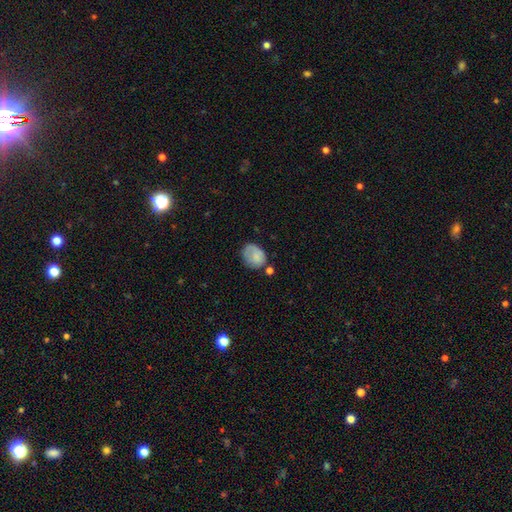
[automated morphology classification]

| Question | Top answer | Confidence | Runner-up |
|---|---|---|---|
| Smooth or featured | smooth | 77% | featured or disk (15%) |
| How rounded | in between | 56% | round (43%) |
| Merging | none | 52% | minor disturbance (30%) |